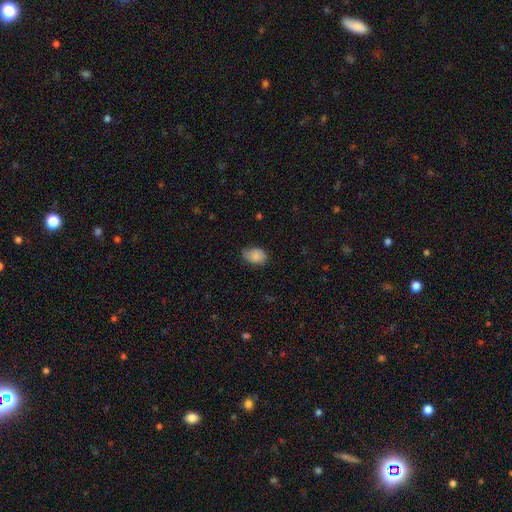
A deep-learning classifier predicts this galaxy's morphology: smooth 84%, featured or disk 9%, star or artifact 7%. Down the decision tree: how rounded — in between (83%); merging — none (66%).